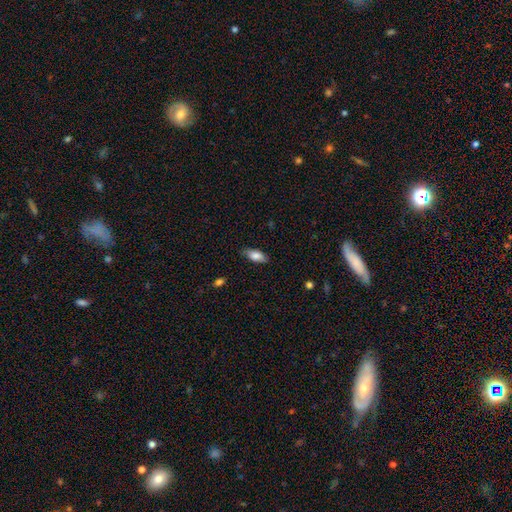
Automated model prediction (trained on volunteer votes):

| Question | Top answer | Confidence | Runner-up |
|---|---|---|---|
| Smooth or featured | smooth | 79% | featured or disk (14%) |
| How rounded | in between | 83% | cigar-shaped (14%) |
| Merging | none | 82% | minor disturbance (15%) |